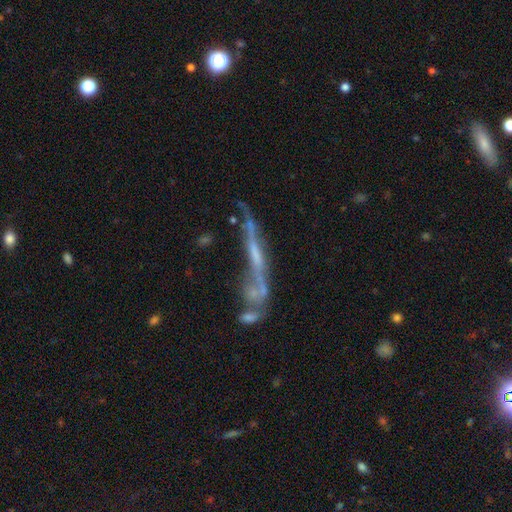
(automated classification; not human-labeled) Smooth or featured? featured or disk (67%)
Edge-on disk? yes (62%)
Merging? merger (34%)